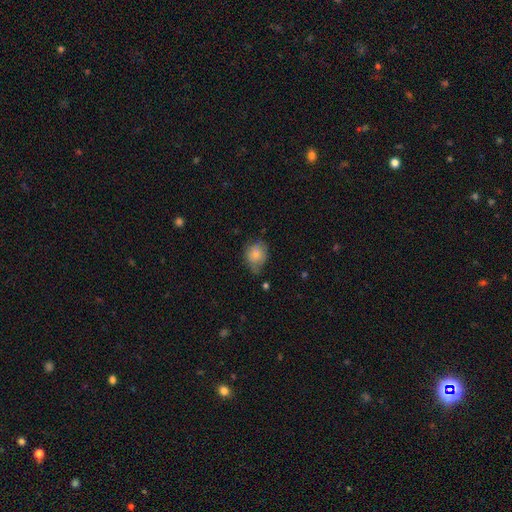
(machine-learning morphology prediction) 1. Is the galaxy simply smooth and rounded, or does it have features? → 73% smooth, 17% featured or disk, 11% star or artifact.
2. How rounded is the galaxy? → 62% round, 36% in between, 1% cigar-shaped.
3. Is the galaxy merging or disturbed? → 55% none, 33% minor disturbance, 8% major disturbance, 3% merger.